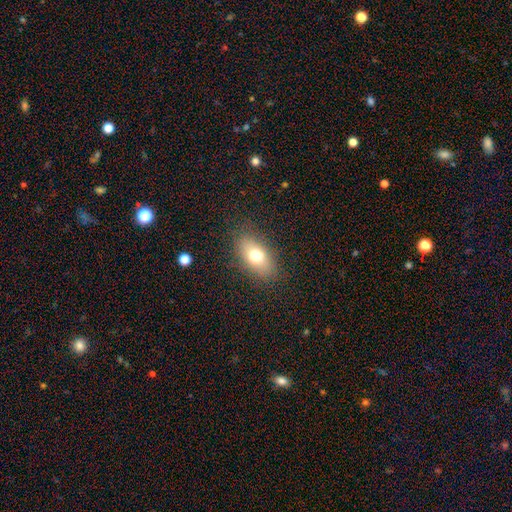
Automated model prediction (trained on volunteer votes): smooth-or-featured: smooth: 71% | featured or disk: 18% | star or artifact: 11%
  how-rounded: in between: 84% | round: 12% | cigar-shaped: 4%
  merging: none: 83% | minor disturbance: 11% | major disturbance: 5% | merger: 1%